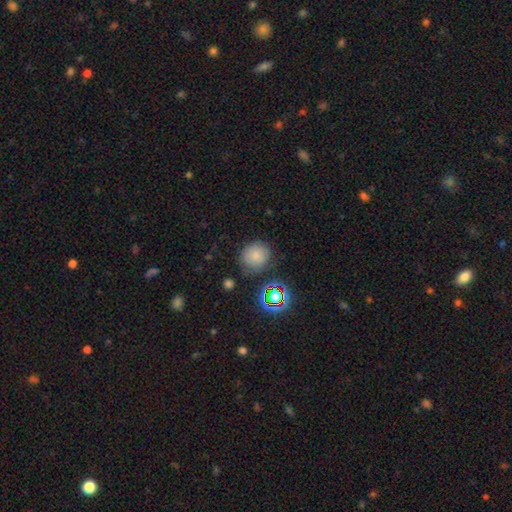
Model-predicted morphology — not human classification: smooth-or-featured: smooth: 74% | star or artifact: 18% | featured or disk: 8%
  how-rounded: round: 80% | in between: 19% | cigar-shaped: 1%
  merging: none: 76% | minor disturbance: 16% | major disturbance: 5% | merger: 4%